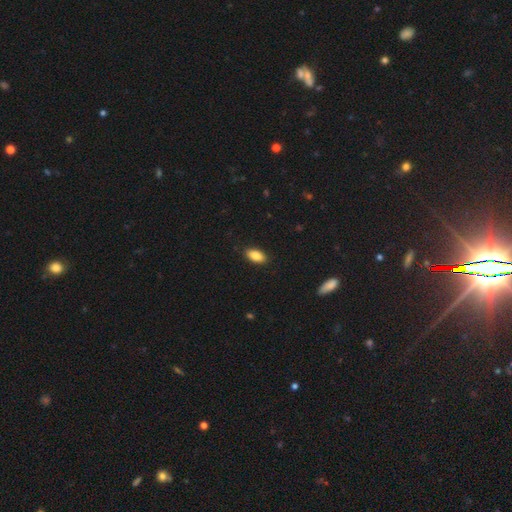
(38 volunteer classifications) smooth-or-featured: smooth: 84% | featured or disk: 11% | star or artifact: 5%
  how-rounded: in between: 94% | round: 3% | cigar-shaped: 3%
  merging: none: 86% | minor disturbance: 11% | major disturbance: 3% | merger: 0%